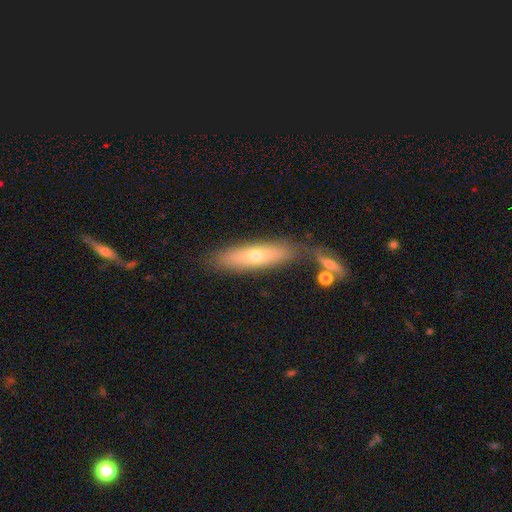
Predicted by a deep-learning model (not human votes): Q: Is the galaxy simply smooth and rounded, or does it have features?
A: smooth — 58%.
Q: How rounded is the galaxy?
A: cigar-shaped — 65%.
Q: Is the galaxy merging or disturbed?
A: none — 73%.